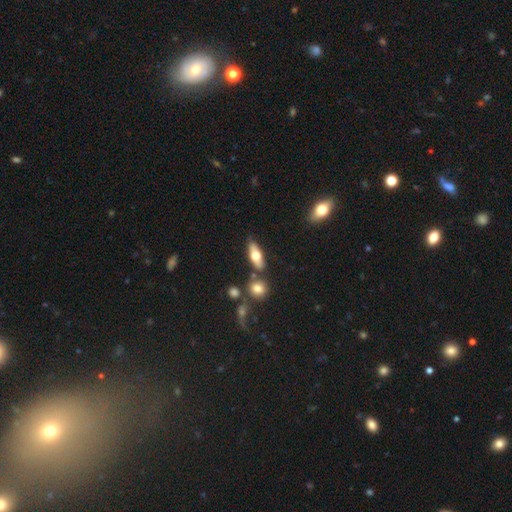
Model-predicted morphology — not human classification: Smooth or featured? Predicted: smooth (p=0.61). How rounded? Predicted: in between (p=0.69). Merging? Predicted: none (p=0.74).